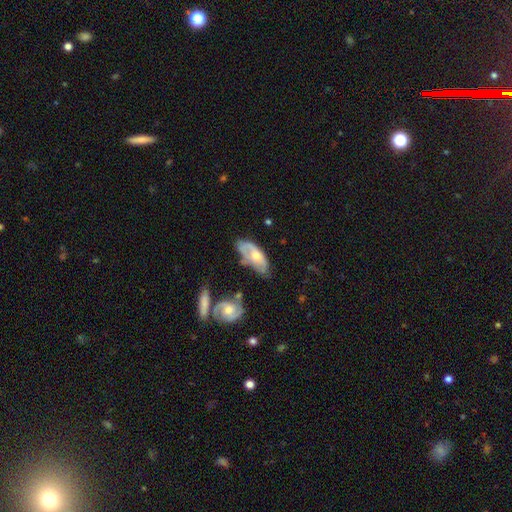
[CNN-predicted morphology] Smooth or featured? featured or disk (52%)
Edge-on disk? no (85%)
Merging? none (36%)